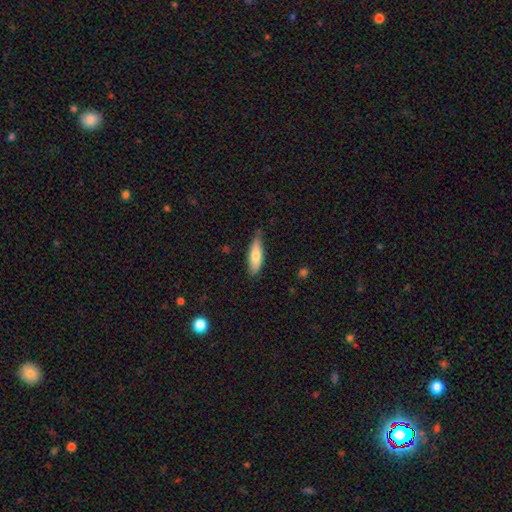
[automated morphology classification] Smooth or featured: smooth — 71% (featured or disk — 23%)
How rounded: cigar-shaped — 50% (in between — 48%)
Merging: none — 76% (minor disturbance — 20%)